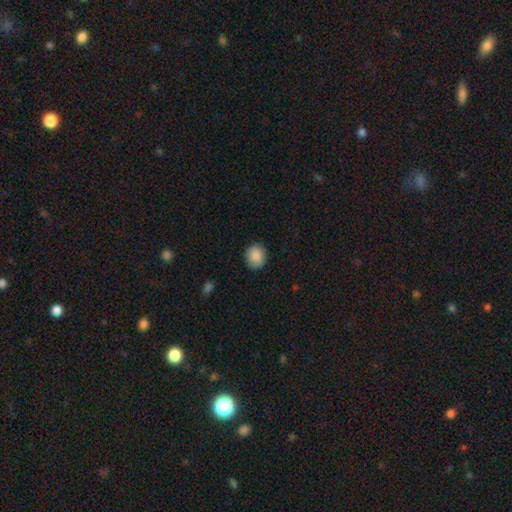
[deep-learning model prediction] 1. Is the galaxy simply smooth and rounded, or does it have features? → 88% smooth, 7% star or artifact, 4% featured or disk.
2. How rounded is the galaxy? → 73% round, 26% in between, 1% cigar-shaped.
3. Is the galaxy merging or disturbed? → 88% none, 9% minor disturbance, 2% major disturbance, 1% merger.